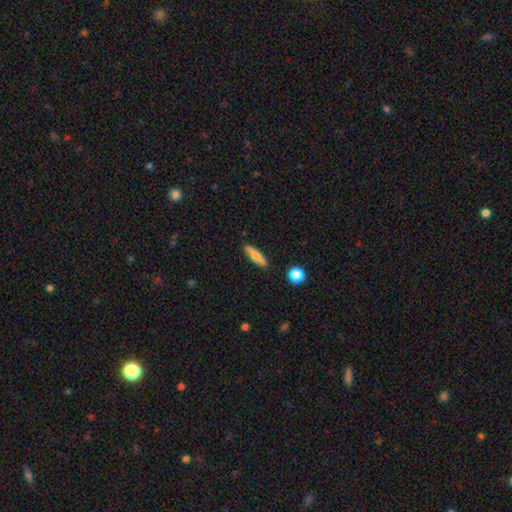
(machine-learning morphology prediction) The model was most divided on "smooth or featured": smooth: 65%, featured or disk: 28%, star or artifact: 7%. More confident: merging — none (87%); how rounded — cigar-shaped (73%).